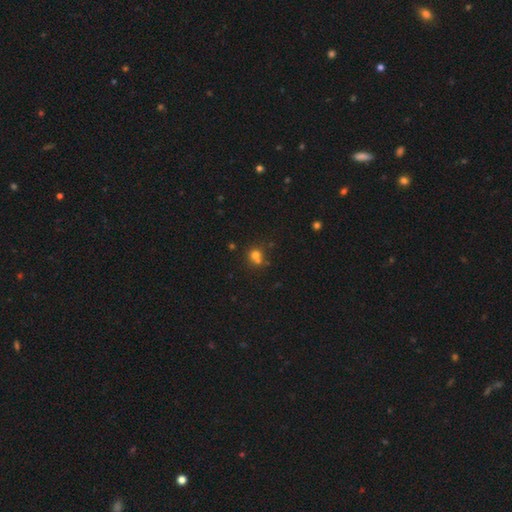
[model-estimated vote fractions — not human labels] Q: Smooth or featured?
A: smooth (69%); runner-up: star or artifact (18%)
Q: How rounded?
A: round (83%); runner-up: in between (16%)
Q: Merging?
A: none (47%); runner-up: merger (41%)